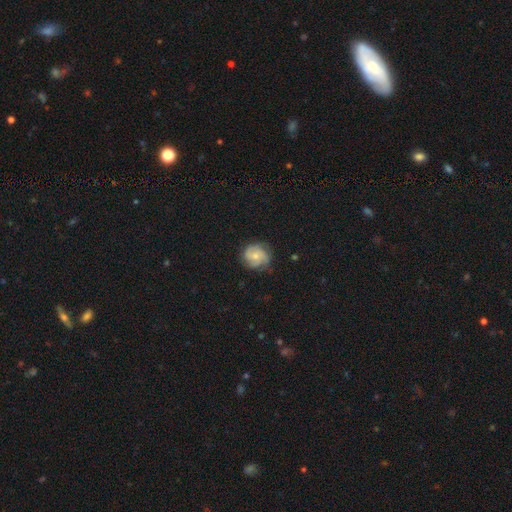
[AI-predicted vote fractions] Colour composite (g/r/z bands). It shows a featured or disk galaxy (60%) with no bar (72%), 3 (41%) tight (44%) spiral arms (90%) and a small central bulge (50%). Merging: none (73%).